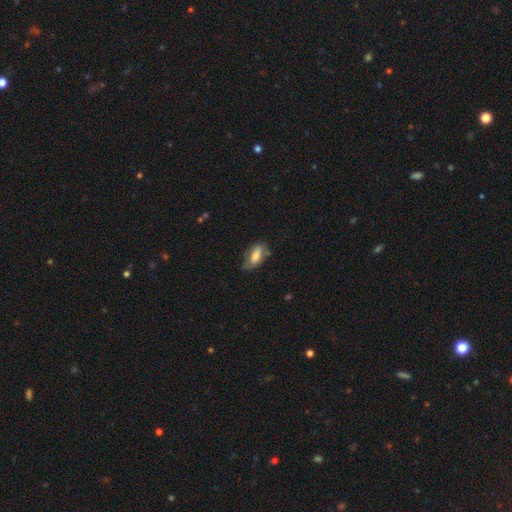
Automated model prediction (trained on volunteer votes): Smooth or featured? smooth (68%)
How rounded? in between (82%)
Merging? none (51%)